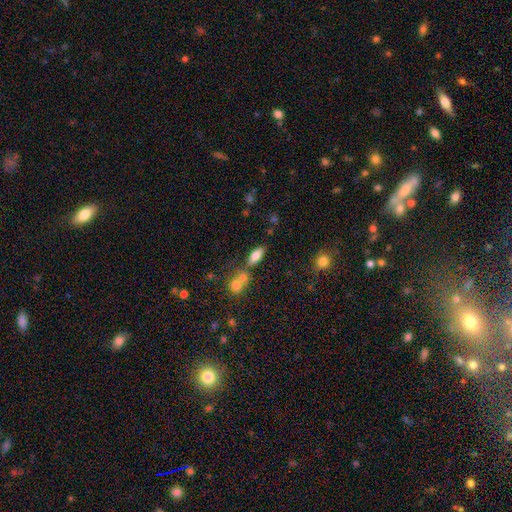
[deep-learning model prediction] smooth 76%, featured or disk 15%, star or artifact 9%. Down the decision tree: how rounded — in between (81%); merging — none (63%).